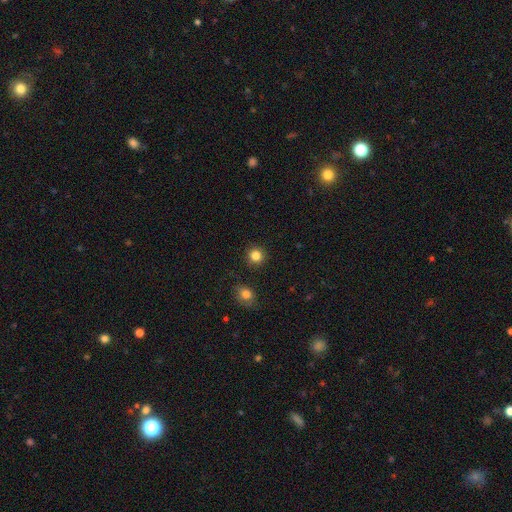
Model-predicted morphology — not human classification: This is clearly a smooth galaxy (84%). How rounded: clearly round (93%). Merging: clearly none (91%).